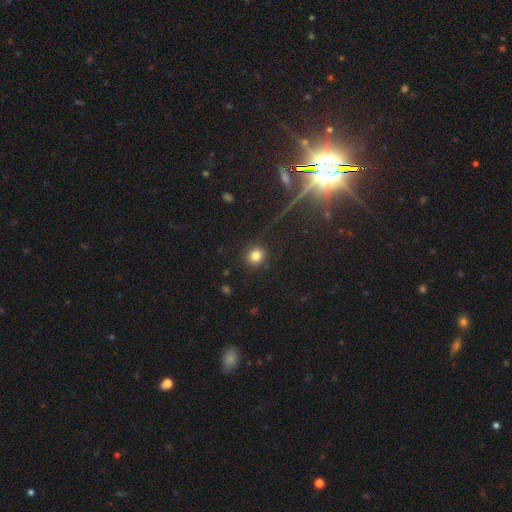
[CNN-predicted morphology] A smooth galaxy with no disk features (80%) that is round (89%). Merging: none (89%).